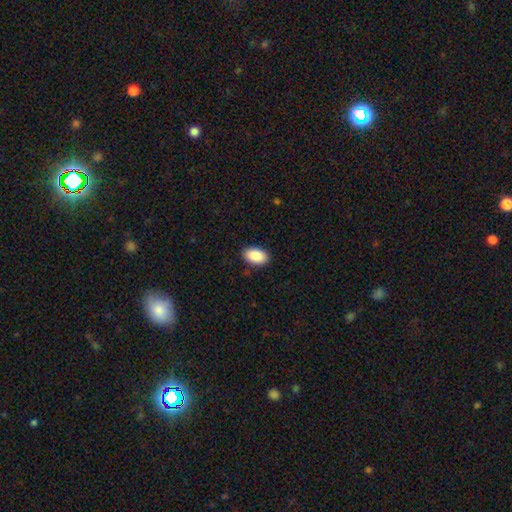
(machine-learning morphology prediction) smooth_or_featured: smooth (p=0.90) [alt: star or artifact p=0.06]
how_rounded: in between (p=0.94) [alt: round p=0.05]
merging: none (p=0.89) [alt: minor disturbance p=0.08]